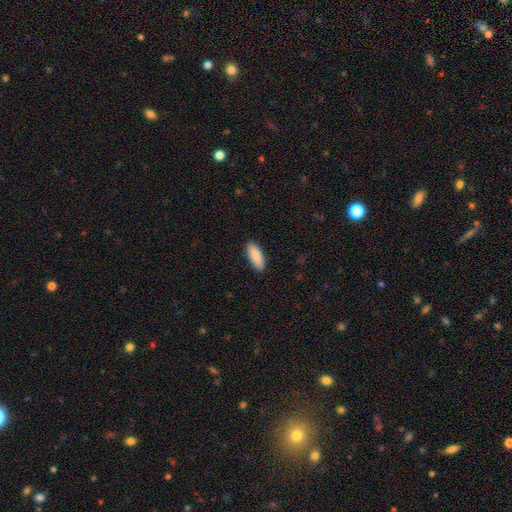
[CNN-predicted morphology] Smooth or featured? Predicted: smooth (p=0.89). How rounded? Predicted: in between (p=0.72). Merging? Predicted: none (p=0.89).